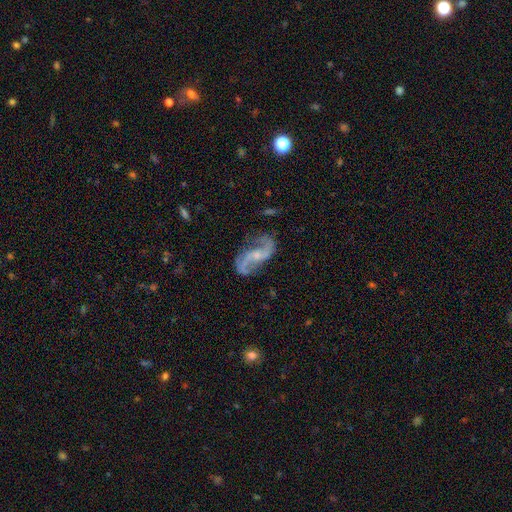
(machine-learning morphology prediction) smooth_or_featured: featured or disk (p=0.89) [alt: smooth p=0.06]
disk_edge_on: no (p=0.97) [alt: yes p=0.03]
bar: no (p=0.44) [alt: weak p=0.39]
has_spiral_arms: yes (p=0.96) [alt: no p=0.04]
spiral_winding: loose (p=0.66) [alt: medium p=0.27]
spiral_arm_count: 2 (p=0.93) [alt: can't tell p=0.02]
bulge_size: small (p=0.61) [alt: moderate p=0.25]
merging: none (p=0.69) [alt: minor disturbance p=0.18]